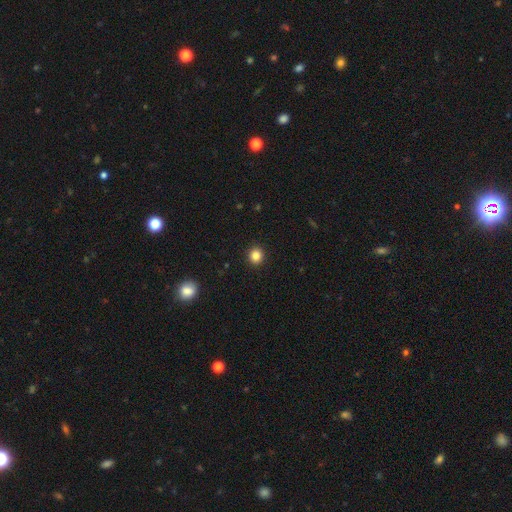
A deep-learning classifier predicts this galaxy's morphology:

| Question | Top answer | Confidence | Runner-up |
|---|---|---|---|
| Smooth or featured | smooth | 85% | star or artifact (11%) |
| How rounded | round | 87% | in between (12%) |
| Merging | none | 92% | minor disturbance (5%) |